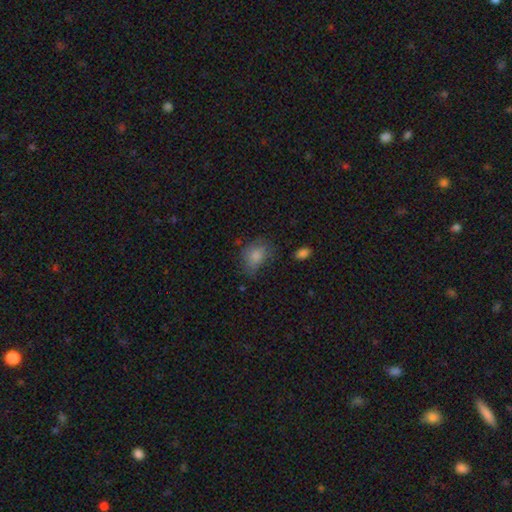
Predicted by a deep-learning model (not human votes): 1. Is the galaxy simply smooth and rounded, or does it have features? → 75% smooth, 14% star or artifact, 11% featured or disk.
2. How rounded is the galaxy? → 65% in between, 34% round, 2% cigar-shaped.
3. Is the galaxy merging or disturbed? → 61% none, 27% minor disturbance, 9% major disturbance, 2% merger.